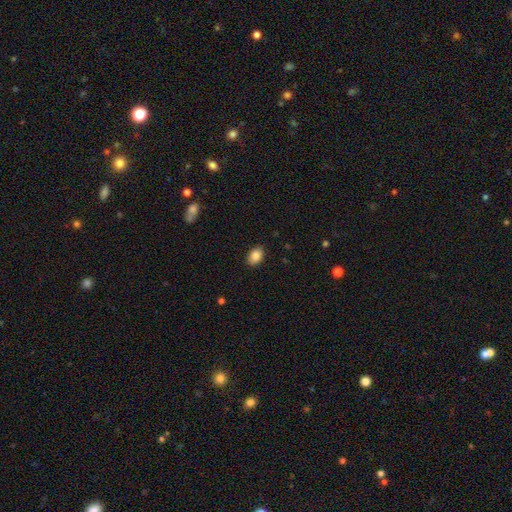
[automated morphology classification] smooth_or_featured: smooth (p=0.86) [alt: star or artifact p=0.08]
how_rounded: in between (p=0.83) [alt: round p=0.16]
merging: none (p=0.88) [alt: minor disturbance p=0.09]